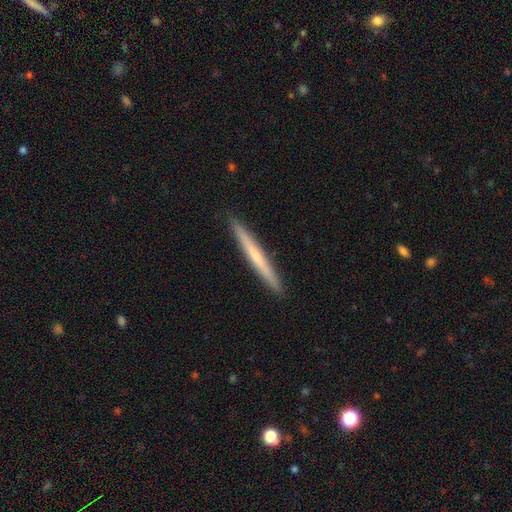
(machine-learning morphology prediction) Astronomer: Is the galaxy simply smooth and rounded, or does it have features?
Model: featured or disk — 49% (runner-up: smooth, 45%).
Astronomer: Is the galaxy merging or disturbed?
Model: none — 92%.